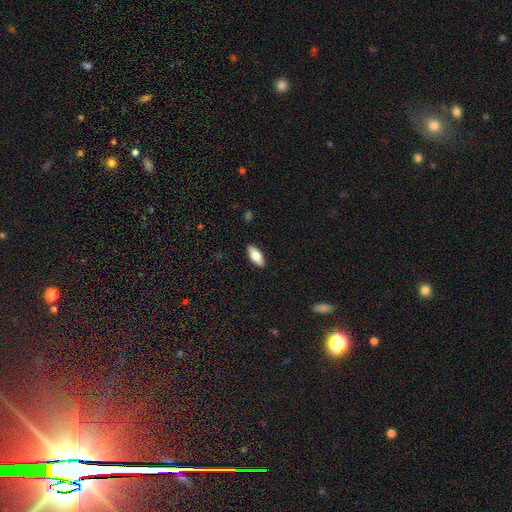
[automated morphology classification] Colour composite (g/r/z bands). It shows a smooth galaxy with no disk features (70%) that is in between round and cigar-shaped (79%). Merging: none (89%).